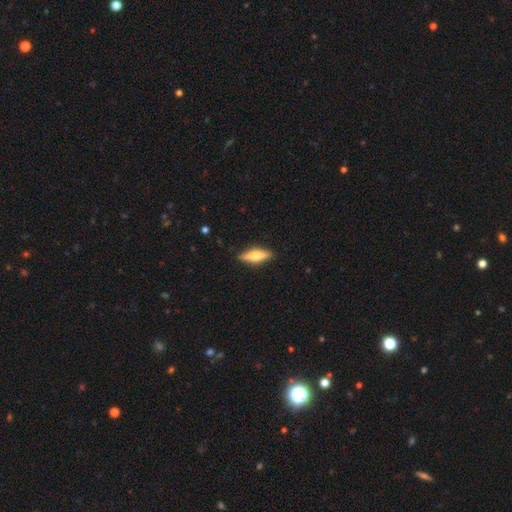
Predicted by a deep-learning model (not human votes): Q: Smooth or featured?
A: featured or disk (49%); runner-up: smooth (45%)
Q: Merging?
A: none (89%); runner-up: minor disturbance (8%)